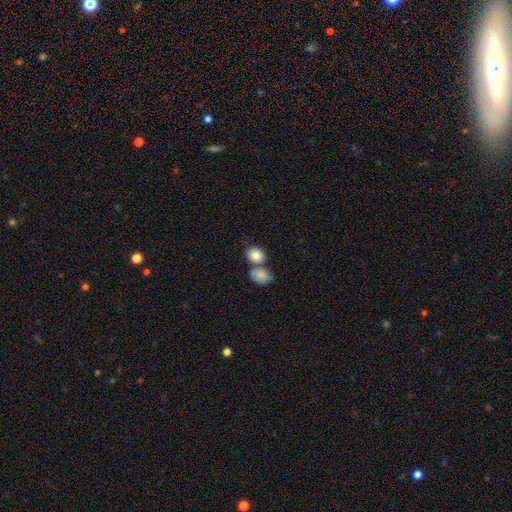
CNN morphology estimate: Smooth or featured?
  - smooth: 84% *
  - featured or disk: 8%
  - star or artifact: 8%
How rounded?
  - in between: 50% *
  - round: 49%
  - cigar-shaped: 1%
Merging?
  - none: 47% *
  - merger: 39%
  - minor disturbance: 11%
  - major disturbance: 3%